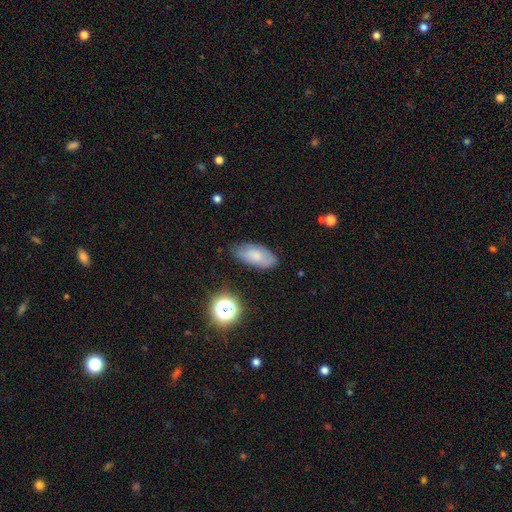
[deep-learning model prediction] smooth-or-featured: smooth: 65% | featured or disk: 26% | star or artifact: 10%
  how-rounded: in between: 91% | cigar-shaped: 6% | round: 3%
  merging: none: 75% | minor disturbance: 19% | major disturbance: 4% | merger: 2%